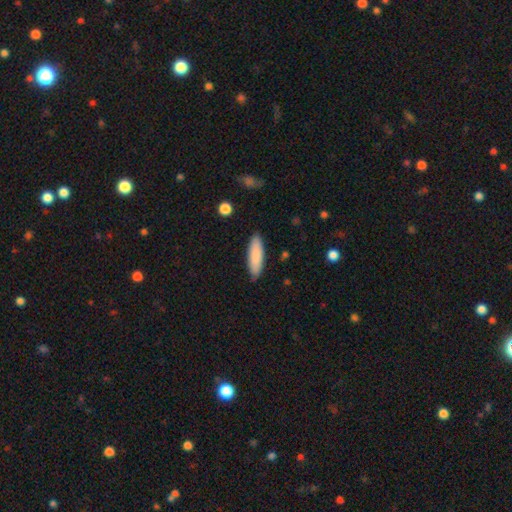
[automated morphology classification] type=smooth (86%); roundness=cigar-shaped (54%); merging=none (85%).